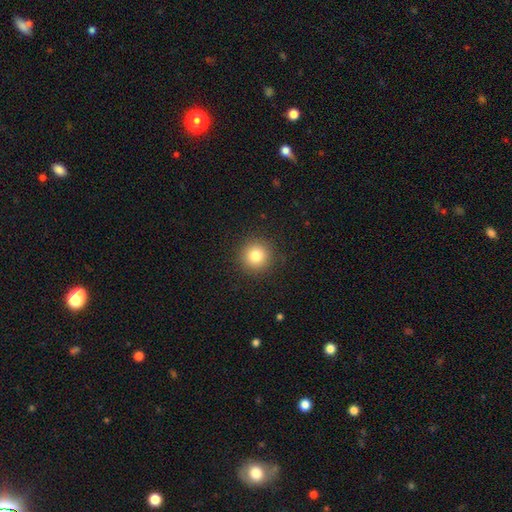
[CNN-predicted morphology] This appears to be a smooth galaxy with no disk features (81%) that is round (95%). Merging: none (91%).